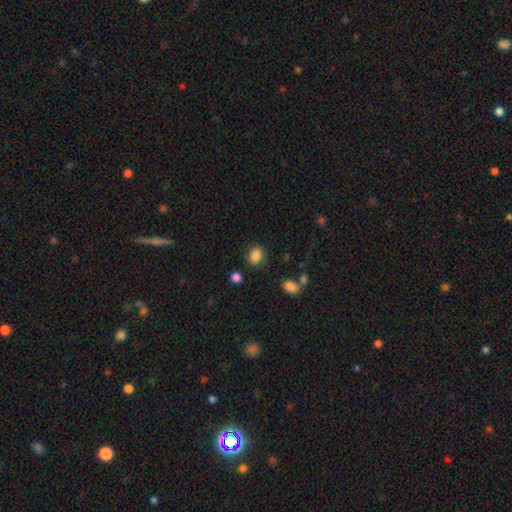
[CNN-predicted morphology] This is clearly a smooth galaxy (87%). How rounded: likely in between (66%). Merging: clearly none (82%).